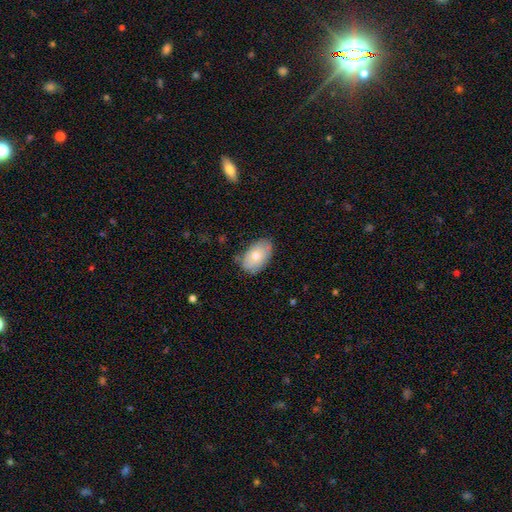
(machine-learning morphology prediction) A smooth galaxy with no disk features (74%) that is in between round and cigar-shaped (92%).

Vote fractions:
- Smooth or featured? smooth: 74% / featured or disk: 20% / star or artifact: 7%
- How rounded? in between: 92% / round: 7% / cigar-shaped: 1%
- Merging? none: 75% / minor disturbance: 20% / major disturbance: 4% / merger: 2%